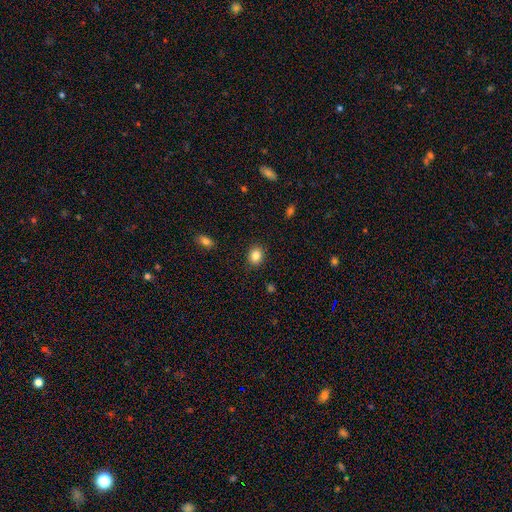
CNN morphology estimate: The model was most divided on "how rounded": round: 52%, in between: 47%, cigar-shaped: 1%. More confident: merging — none (88%); smooth or featured — smooth (85%).